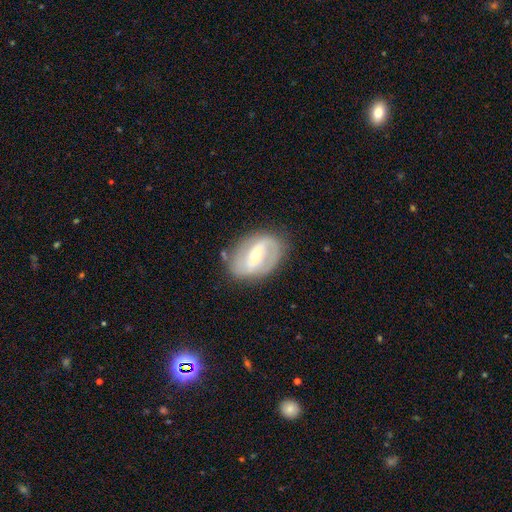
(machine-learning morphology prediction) A featured or disk galaxy (76%) with a strong bar (50%), 2 (80%) medium (38%) spiral arms (79%) and a moderate central bulge (51%).

Vote fractions:
- Smooth or featured? featured or disk: 76% / smooth: 16% / star or artifact: 8%
- Edge-on disk? no: 94% / yes: 6%
- Bar? strong: 50% / weak: 36% / no: 14%
- Spiral arms? yes: 79% / no: 21%
- Spiral winding? medium: 38% / tight: 33% / loose: 29%
- Spiral arm count? 2: 80% / can't tell: 12% / 1: 3% / 3: 3% / 4: 1% / more than 4: 1%
- Bulge size? moderate: 51% / small: 45% / large: 2% / none: 1% / dominant: 1%
- Merging? none: 81% / minor disturbance: 14% / major disturbance: 4% / merger: 1%